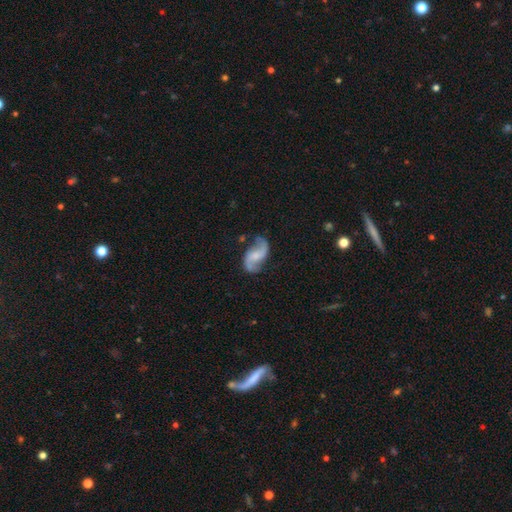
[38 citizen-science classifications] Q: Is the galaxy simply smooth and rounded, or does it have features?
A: featured or disk — 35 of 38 (92%).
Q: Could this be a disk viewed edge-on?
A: no — 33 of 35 (94%).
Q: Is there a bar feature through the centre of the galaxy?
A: no — 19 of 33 (58%).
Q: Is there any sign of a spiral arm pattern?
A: yes — 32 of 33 (97%).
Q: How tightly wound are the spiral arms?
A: loose — 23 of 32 (72%).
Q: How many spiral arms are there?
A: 2 — 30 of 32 (94%).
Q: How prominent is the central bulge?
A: moderate — 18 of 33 (55%).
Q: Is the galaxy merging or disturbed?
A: none — 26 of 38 (68%).